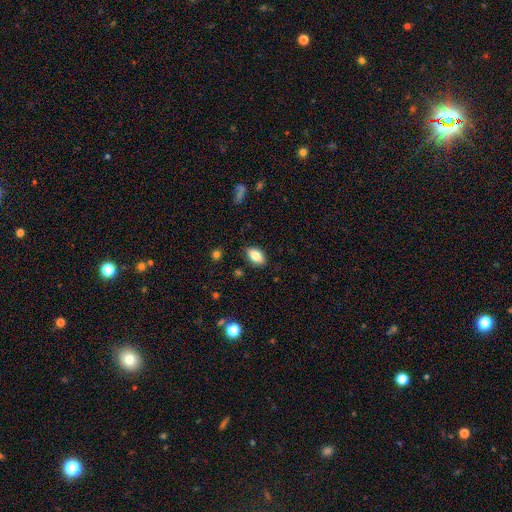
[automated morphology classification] Smooth or featured: smooth — 81% (featured or disk — 11%)
How rounded: in between — 90% (round — 6%)
Merging: none — 85% (minor disturbance — 11%)